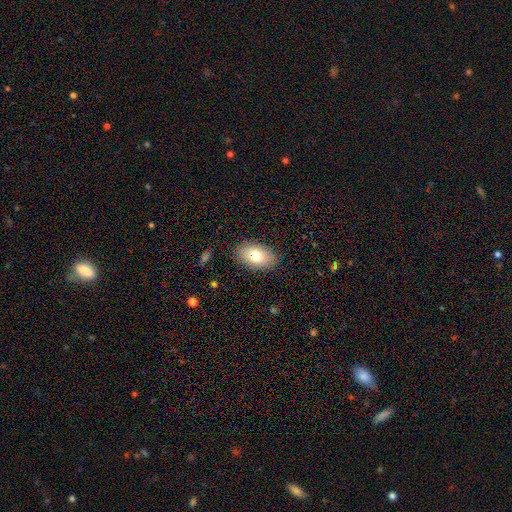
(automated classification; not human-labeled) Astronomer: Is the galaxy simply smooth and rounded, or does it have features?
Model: smooth — 76%.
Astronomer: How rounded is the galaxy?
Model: in between — 91%.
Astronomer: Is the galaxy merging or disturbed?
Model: none — 87%.